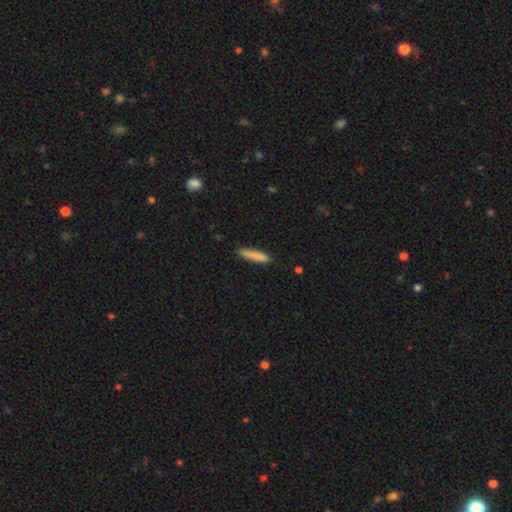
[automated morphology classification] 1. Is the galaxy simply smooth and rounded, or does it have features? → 85% smooth, 9% featured or disk, 6% star or artifact.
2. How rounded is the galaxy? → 87% cigar-shaped, 11% in between, 1% round.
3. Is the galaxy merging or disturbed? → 85% none, 12% minor disturbance, 2% major disturbance, 1% merger.